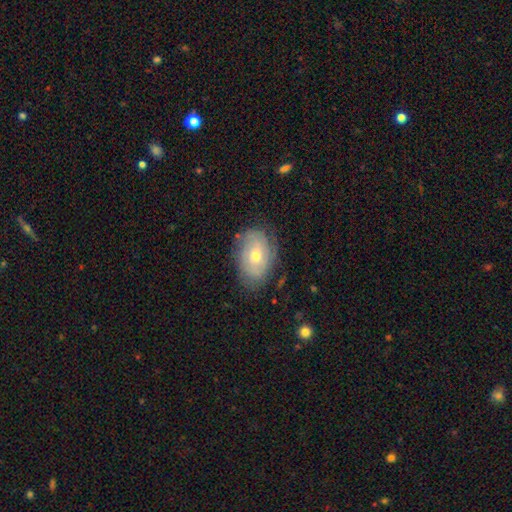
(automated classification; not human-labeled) Smooth or featured: featured or disk — 56% (smooth — 37%)
Edge-on disk: no — 94% (yes — 6%)
Bar: no — 79% (weak — 18%)
Spiral arms: yes — 73% (no — 27%)
Bulge size: small — 53% (moderate — 44%)
Merging: none — 74% (minor disturbance — 19%)